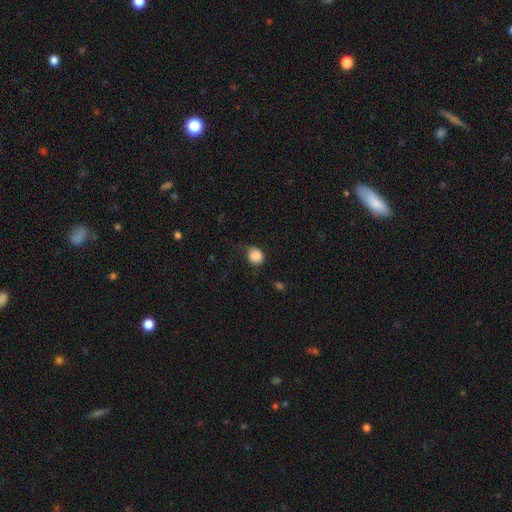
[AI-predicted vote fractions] A smooth galaxy with no disk features (87%) that is round (76%). Merging: none (60%).